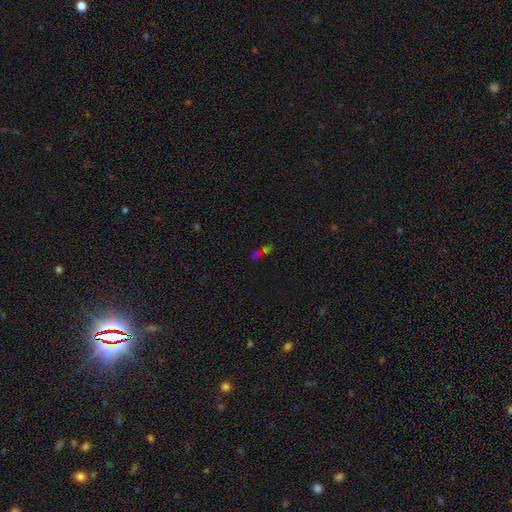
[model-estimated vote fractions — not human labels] Smooth or featured? Predicted: smooth (p=0.45). Merging? Predicted: none (p=0.43).